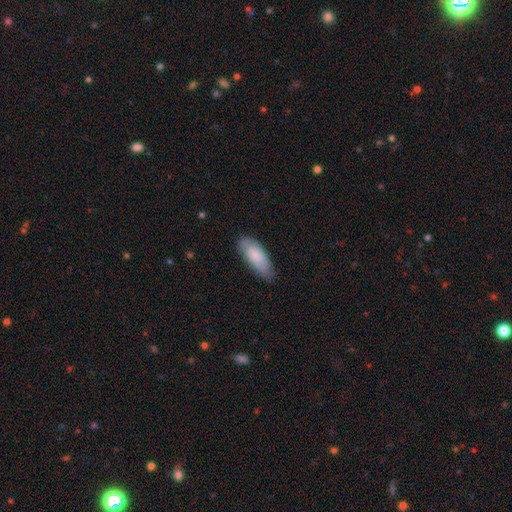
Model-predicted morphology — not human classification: Smooth or featured? Predicted: smooth (p=0.79). How rounded? Predicted: in between (p=0.77). Merging? Predicted: none (p=0.71).